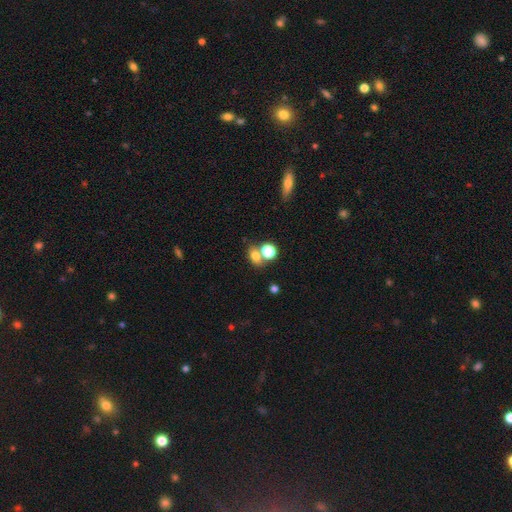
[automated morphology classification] The model was most divided on "merging": none: 52%, merger: 33%, minor disturbance: 10%, major disturbance: 5%. More confident: smooth or featured — smooth (73%); how rounded — in between (61%).